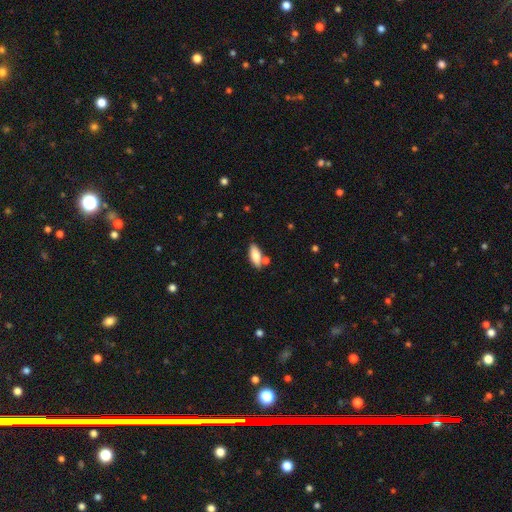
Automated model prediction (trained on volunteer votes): This is likely a smooth galaxy (80%). How rounded: likely in between (76%). Merging: likely none (70%).